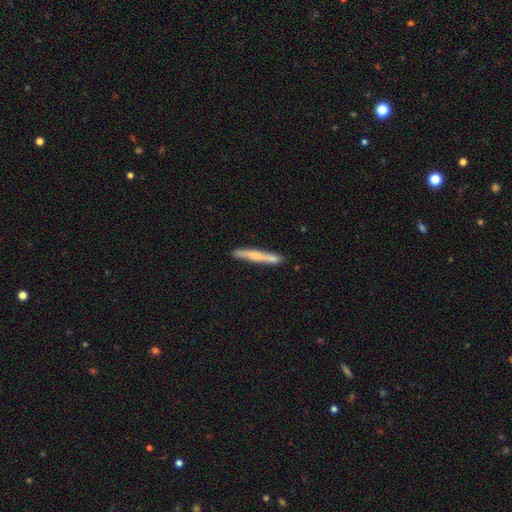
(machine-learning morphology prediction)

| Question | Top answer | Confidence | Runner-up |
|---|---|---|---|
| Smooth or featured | smooth | 59% | featured or disk (35%) |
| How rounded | cigar-shaped | 95% | in between (4%) |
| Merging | none | 81% | minor disturbance (12%) |